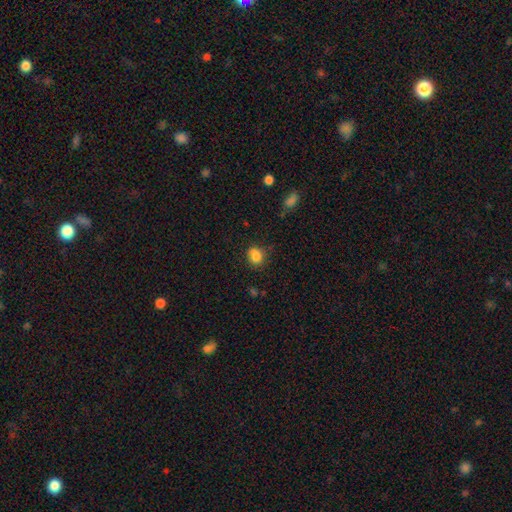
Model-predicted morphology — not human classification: The model was most divided on "how rounded": round: 59%, in between: 40%, cigar-shaped: 1%. More confident: smooth or featured — smooth (83%); merging — none (68%).